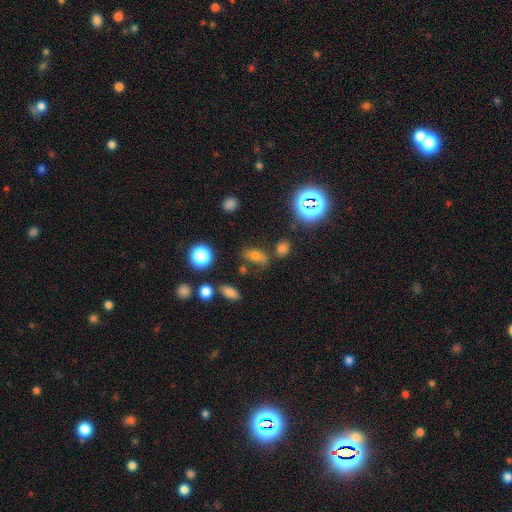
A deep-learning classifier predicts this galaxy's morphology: smooth-or-featured: smooth: 57% | star or artifact: 27% | featured or disk: 16%
  how-rounded: in between: 75% | round: 14% | cigar-shaped: 10%
  merging: none: 63% | minor disturbance: 17% | merger: 12% | major disturbance: 8%